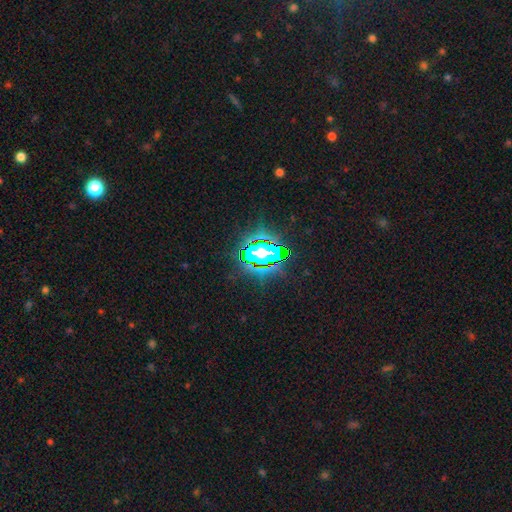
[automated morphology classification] Smooth or featured?
  - star or artifact: 72% *
  - smooth: 17%
  - featured or disk: 12%